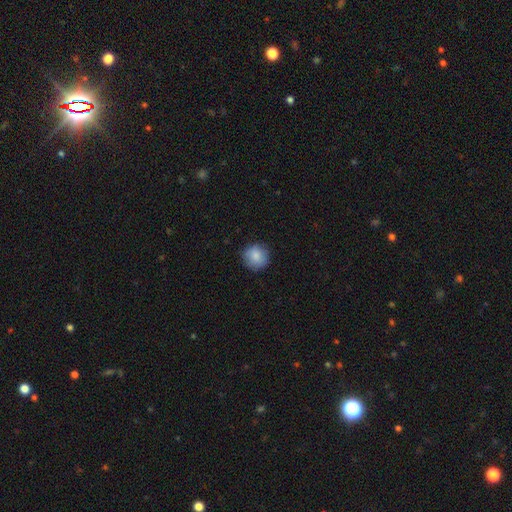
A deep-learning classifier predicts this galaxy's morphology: Overall: smooth (85%). How rounded: round (92%). Merging: none (87%).